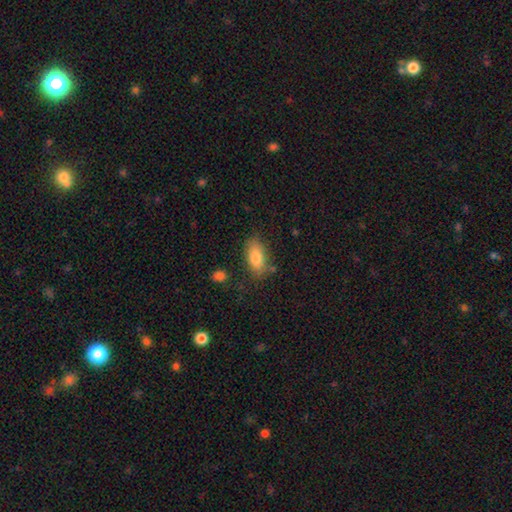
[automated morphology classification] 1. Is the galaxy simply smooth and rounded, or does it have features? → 81% smooth, 11% featured or disk, 8% star or artifact.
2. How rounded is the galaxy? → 86% in between, 10% cigar-shaped, 4% round.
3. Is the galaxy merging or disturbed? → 77% none, 15% minor disturbance, 4% major disturbance, 4% merger.